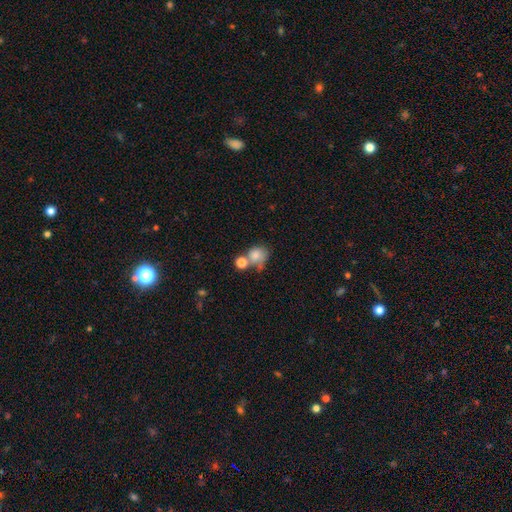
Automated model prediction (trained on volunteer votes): A smooth galaxy with no disk features (75%) that is round (63%). Merging: merger (41%).